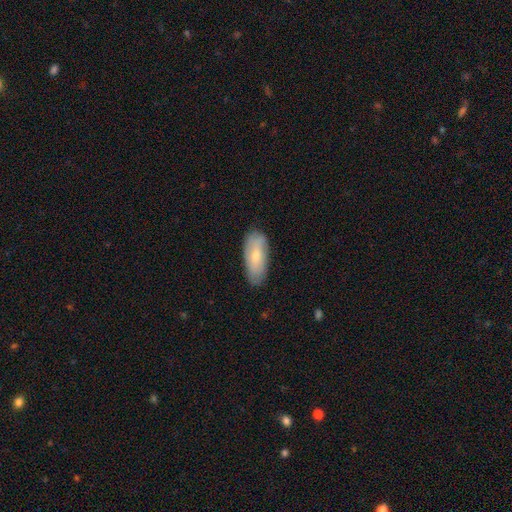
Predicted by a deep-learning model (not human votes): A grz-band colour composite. It shows a smooth galaxy with no disk features (65%) that is in between round and cigar-shaped (83%). Merging: none (80%).